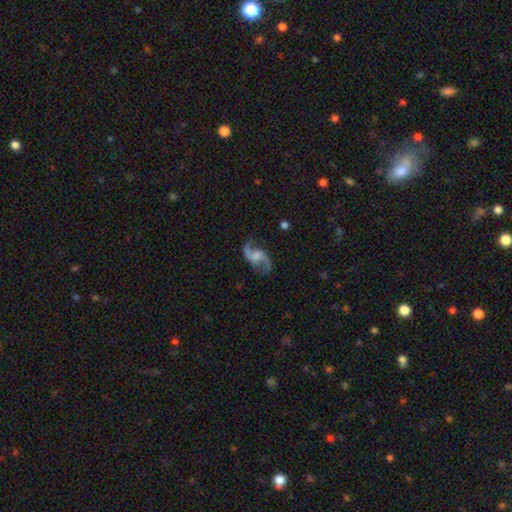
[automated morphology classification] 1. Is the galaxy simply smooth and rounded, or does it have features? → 90% featured or disk, 5% smooth, 5% star or artifact.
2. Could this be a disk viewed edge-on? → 98% no, 2% yes.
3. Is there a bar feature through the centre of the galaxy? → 48% no, 42% weak, 10% strong.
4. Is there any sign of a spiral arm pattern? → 97% yes, 3% no.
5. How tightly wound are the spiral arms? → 68% loose, 28% medium, 4% tight.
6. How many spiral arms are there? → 94% 2, 2% 1, 1% can't tell, 1% 3, 1% 4, 1% more than 4.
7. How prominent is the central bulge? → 38% none, 27% moderate, 23% small, 10% large, 2% dominant.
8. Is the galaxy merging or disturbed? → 79% none, 13% minor disturbance, 6% major disturbance, 2% merger.